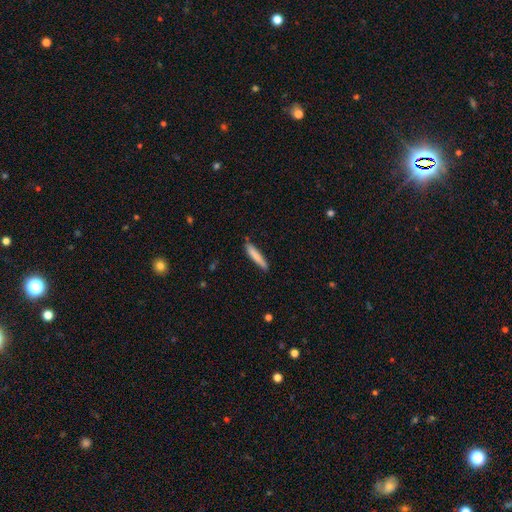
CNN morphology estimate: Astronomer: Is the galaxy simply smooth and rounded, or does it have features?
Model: smooth — 80%.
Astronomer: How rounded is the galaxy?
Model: cigar-shaped — 92%.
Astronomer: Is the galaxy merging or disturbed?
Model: none — 83%.